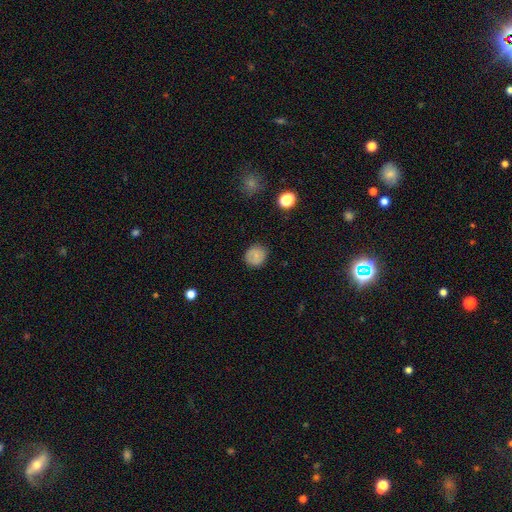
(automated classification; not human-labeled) This is likely a smooth galaxy (76%). How rounded: clearly round (86%). Merging: clearly none (85%).